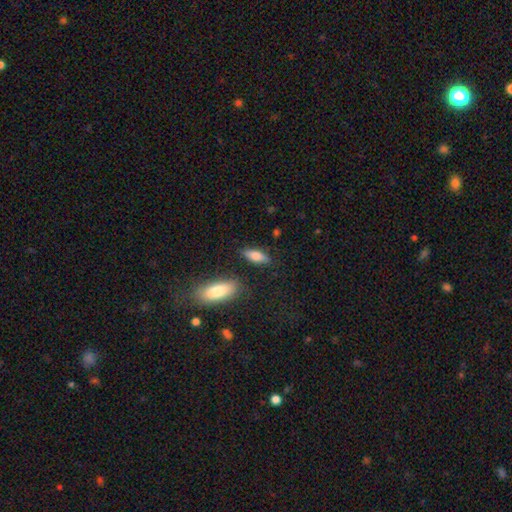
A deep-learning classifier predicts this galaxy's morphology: type=smooth (74%); roundness=in between (70%); merging=none (81%).